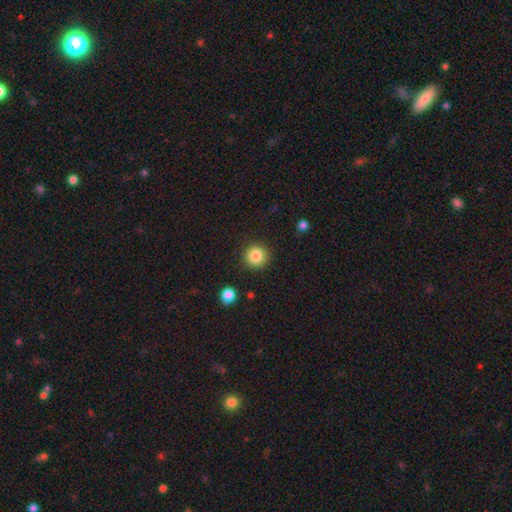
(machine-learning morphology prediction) smooth 85%, star or artifact 10%, featured or disk 5%. Down the decision tree: how rounded — round (93%); merging — none (89%).